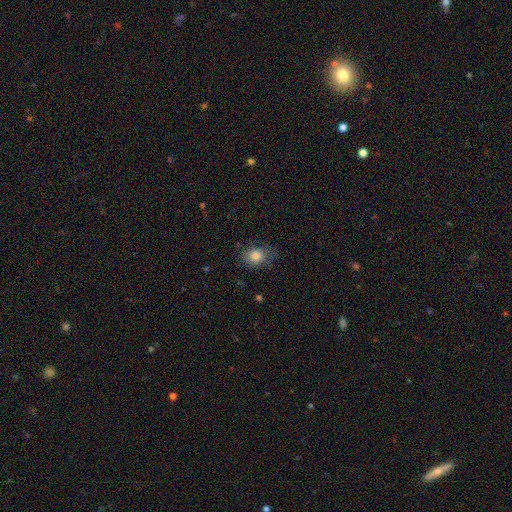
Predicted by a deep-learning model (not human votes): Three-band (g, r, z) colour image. It shows a smooth galaxy with no disk features (83%) that is in between round and cigar-shaped (58%). Merging: none (71%).